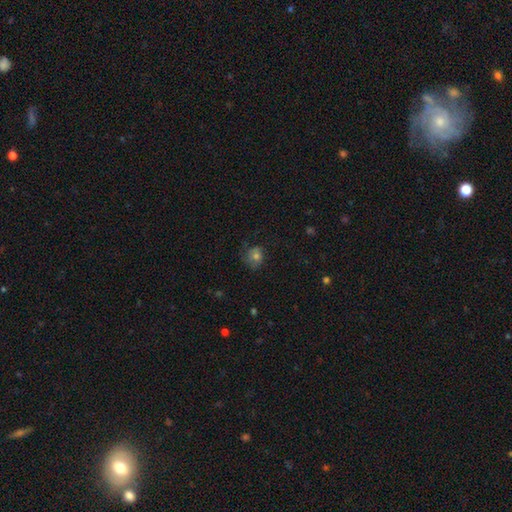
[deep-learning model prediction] smooth 55%, featured or disk 28%, star or artifact 16%. Down the decision tree: how rounded — round (71%); merging — none (60%).